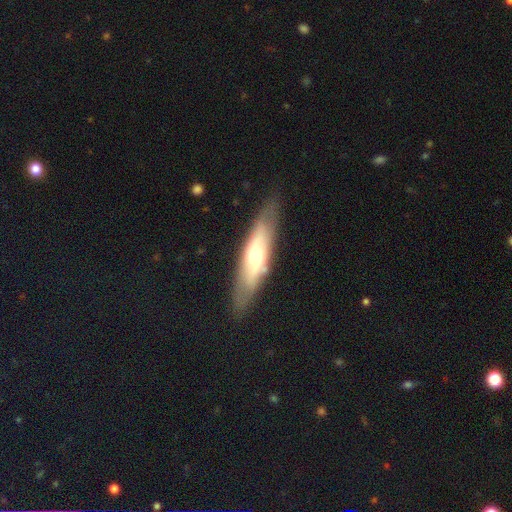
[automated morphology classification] smooth-or-featured: featured or disk: 50% | smooth: 45% | star or artifact: 6%
  merging: none: 79% | minor disturbance: 15% | major disturbance: 4% | merger: 2%